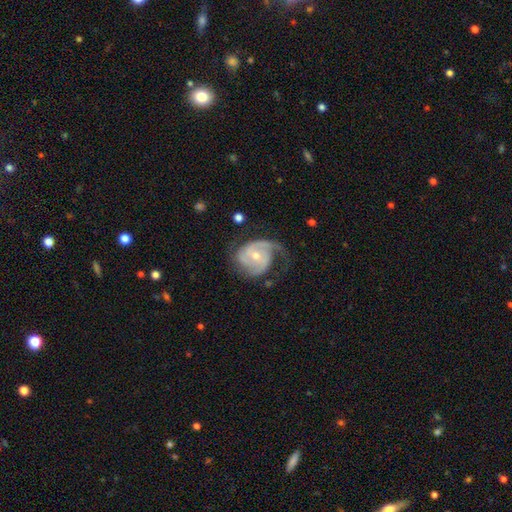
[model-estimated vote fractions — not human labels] featured or disk 85%, smooth 10%, star or artifact 5%. Down the decision tree: edge-on disk — no (98%); bar — no (52%); spiral arms — yes (95%); spiral arm count — 2 (48%); spiral winding — medium (43%); bulge size — moderate (53%); merging — none (49%).